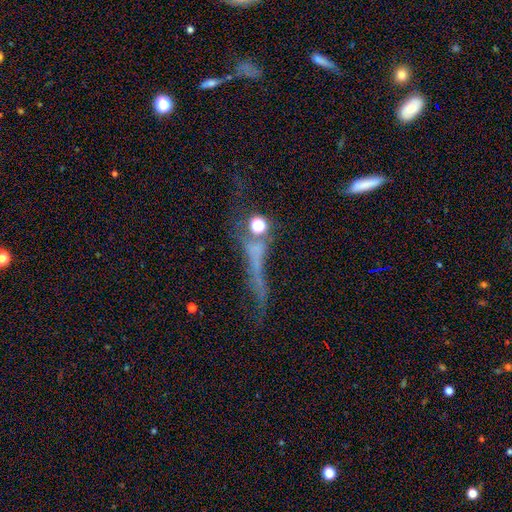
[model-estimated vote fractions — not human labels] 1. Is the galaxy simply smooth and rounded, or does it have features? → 40% featured or disk, 34% smooth, 25% star or artifact.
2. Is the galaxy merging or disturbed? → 47% none, 22% major disturbance, 18% minor disturbance, 12% merger.